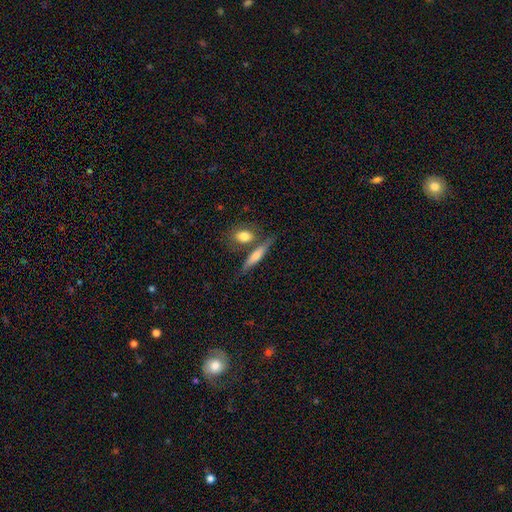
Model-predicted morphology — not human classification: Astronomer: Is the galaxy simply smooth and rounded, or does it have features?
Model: smooth — 56% (runner-up: featured or disk, 38%).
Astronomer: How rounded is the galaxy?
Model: cigar-shaped — 70%.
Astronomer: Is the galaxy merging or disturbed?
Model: none — 63%.